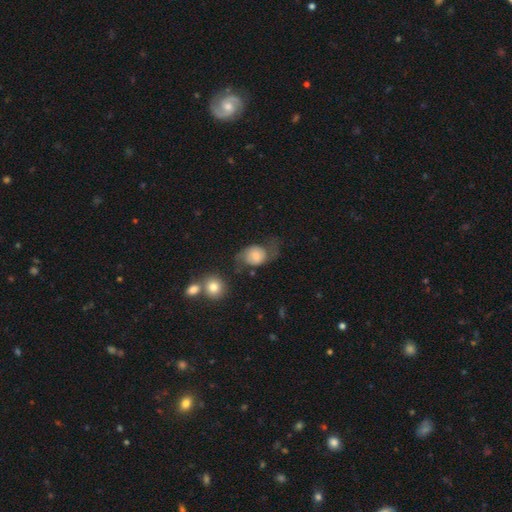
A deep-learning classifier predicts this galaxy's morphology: The model was most divided on "how rounded": round: 54%, in between: 44%, cigar-shaped: 1%. Remaining: smooth or featured — smooth (51%); merging — none (42%).